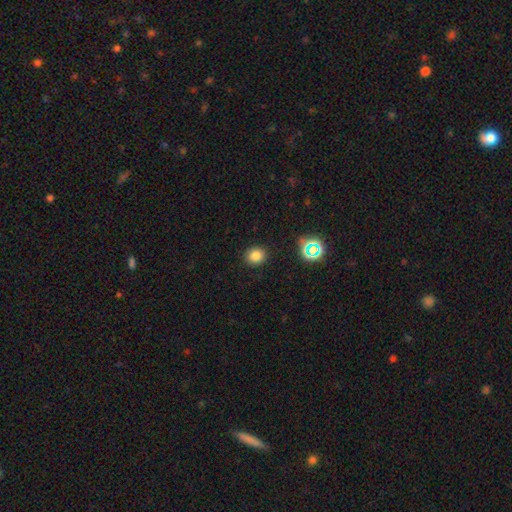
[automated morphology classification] The model was most divided on "how rounded": round: 76%, in between: 23%, cigar-shaped: 1%. More confident: merging — none (89%); smooth or featured — smooth (79%).